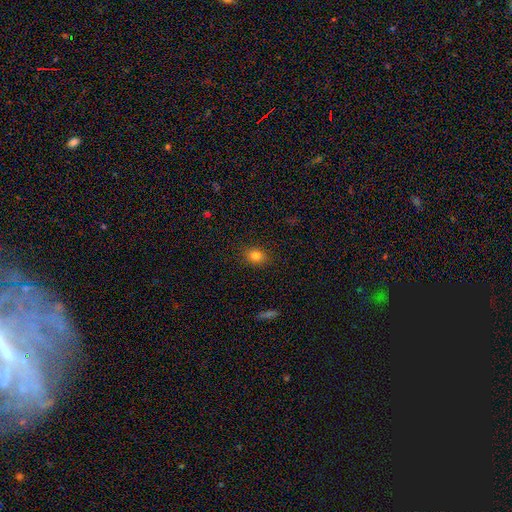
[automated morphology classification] Smooth or featured? smooth (81%)
How rounded? in between (57%)
Merging? none (88%)